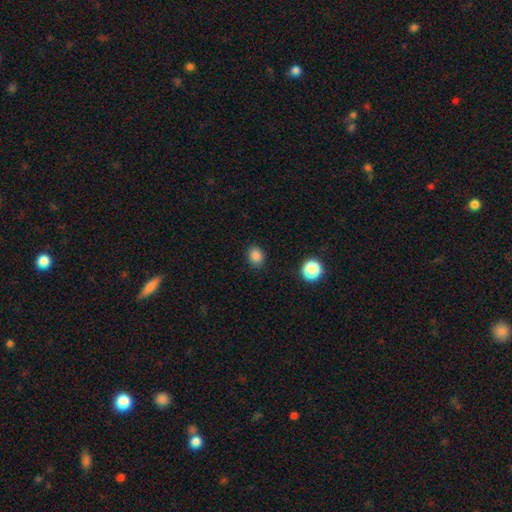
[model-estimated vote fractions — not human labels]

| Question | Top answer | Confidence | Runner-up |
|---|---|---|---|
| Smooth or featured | smooth | 84% | star or artifact (12%) |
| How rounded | round | 64% | in between (35%) |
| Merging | none | 87% | minor disturbance (9%) |